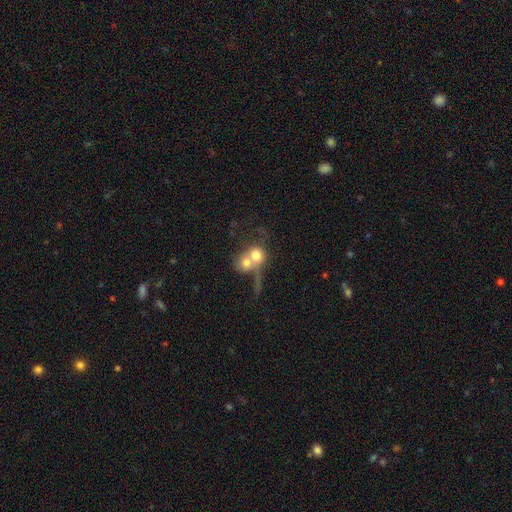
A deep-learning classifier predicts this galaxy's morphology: Q: Smooth or featured?
A: smooth (63%); runner-up: featured or disk (27%)
Q: How rounded?
A: round (75%); runner-up: in between (24%)
Q: Merging?
A: merger (74%); runner-up: none (13%)